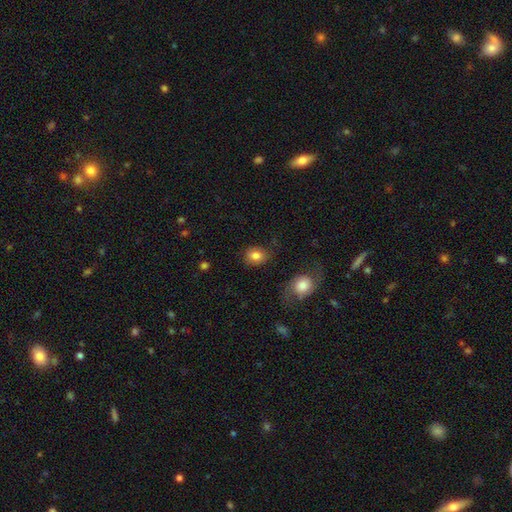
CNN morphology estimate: type=smooth (84%); roundness=round (55%); merging=none (74%).